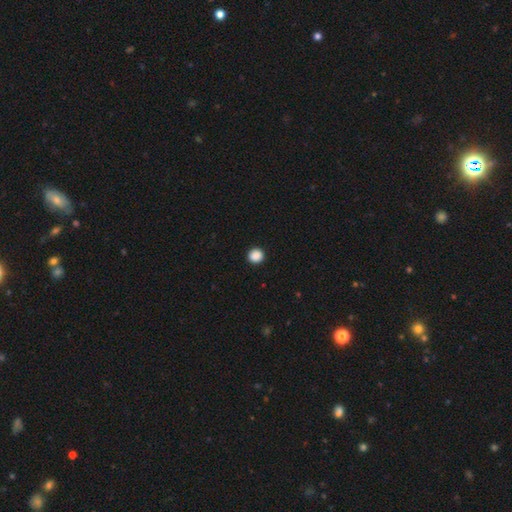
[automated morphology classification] type=smooth (89%); roundness=round (92%); merging=none (93%).